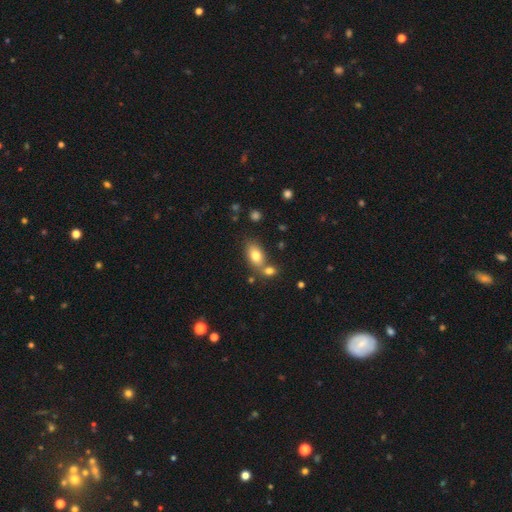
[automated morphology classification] smooth_or_featured: smooth (p=0.78) [alt: featured or disk p=0.14]
how_rounded: in between (p=0.86) [alt: round p=0.11]
merging: none (p=0.54) [alt: merger p=0.30]